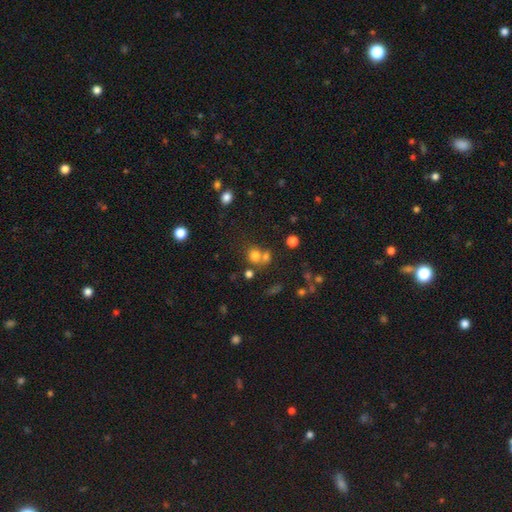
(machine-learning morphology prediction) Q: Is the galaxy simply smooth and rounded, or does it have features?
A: smooth — 69%.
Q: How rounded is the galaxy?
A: round — 80%.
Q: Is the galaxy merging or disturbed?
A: none — 51%.